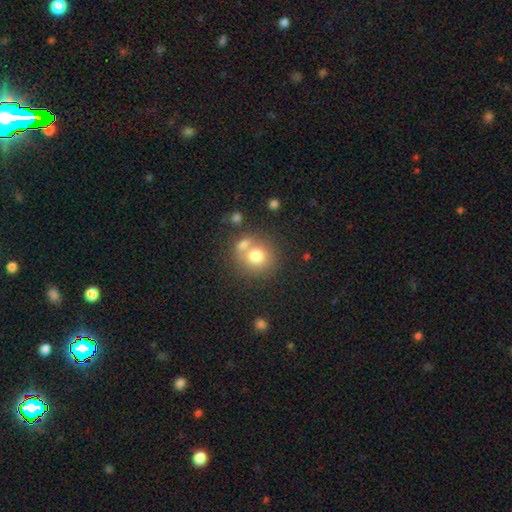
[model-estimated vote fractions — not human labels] smooth_or_featured: smooth (p=0.76) [alt: featured or disk p=0.14]
how_rounded: round (p=0.84) [alt: in between p=0.15]
merging: none (p=0.52) [alt: merger p=0.33]